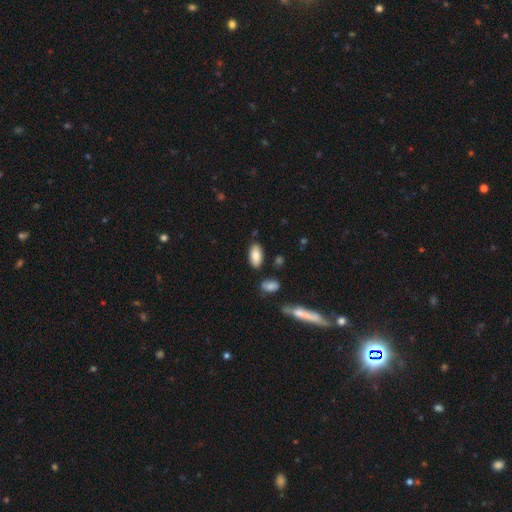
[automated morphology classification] Smooth or featured? Predicted: smooth (p=0.83). How rounded? Predicted: in between (p=0.92). Merging? Predicted: none (p=0.82).